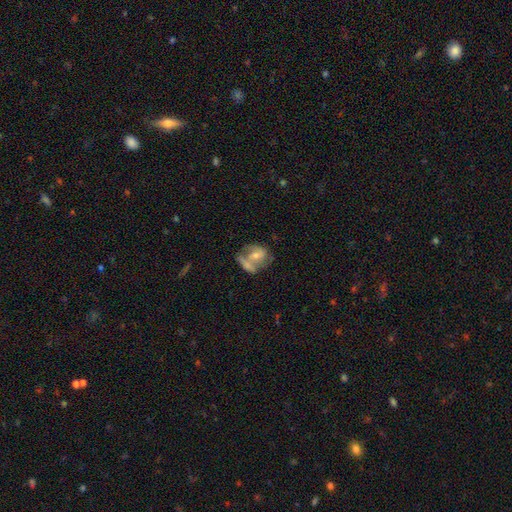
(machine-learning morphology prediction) This appears to be a featured or disk galaxy (57%) with no bar (59%), spiral arms (64%) and a moderate central bulge (48%). Merging: merger (46%).